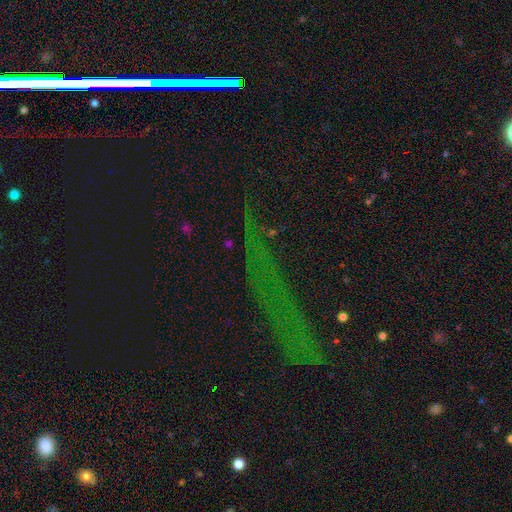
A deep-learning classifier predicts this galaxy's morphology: smooth-or-featured: star or artifact: 72% | featured or disk: 15% | smooth: 13%